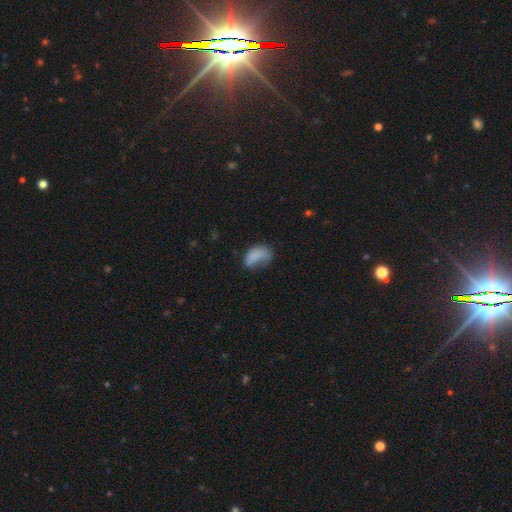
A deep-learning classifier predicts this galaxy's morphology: Smooth or featured? Predicted: smooth (p=0.76). How rounded? Predicted: in between (p=0.88). Merging? Predicted: none (p=0.33).